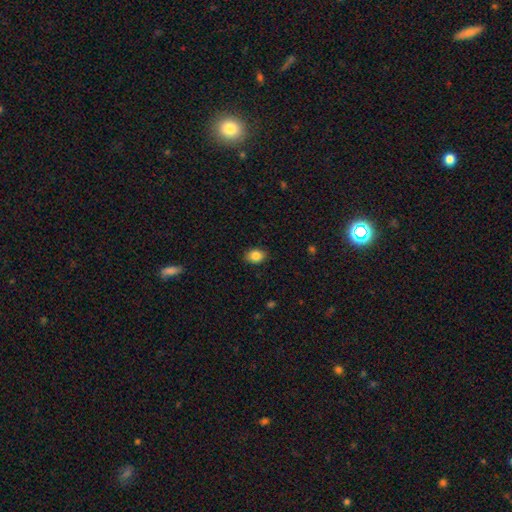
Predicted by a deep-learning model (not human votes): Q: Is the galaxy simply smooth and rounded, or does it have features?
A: smooth — 85%.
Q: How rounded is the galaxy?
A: in between — 64%.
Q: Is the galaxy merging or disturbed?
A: none — 87%.